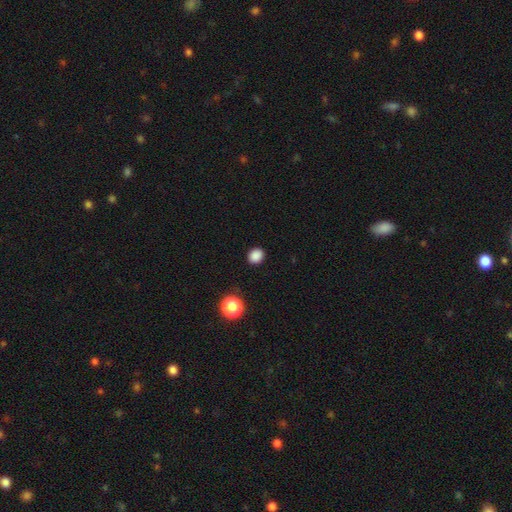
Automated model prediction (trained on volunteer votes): smooth 86%, star or artifact 12%, featured or disk 3%. Down the decision tree: how rounded — round (72%); merging — none (90%).